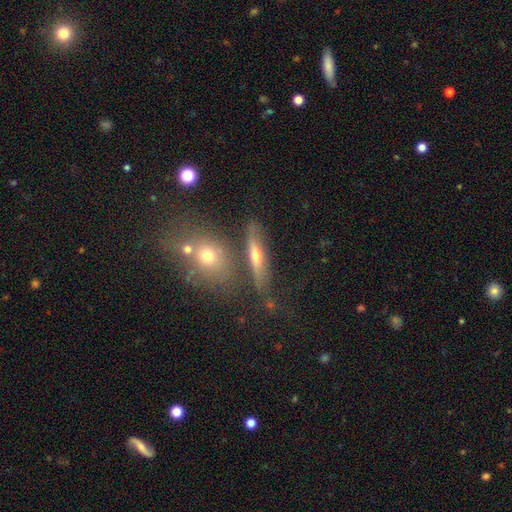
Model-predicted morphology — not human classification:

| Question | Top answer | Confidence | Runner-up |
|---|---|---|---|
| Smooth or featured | smooth | 44% | featured or disk (42%) |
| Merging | none | 65% | merger (15%) |